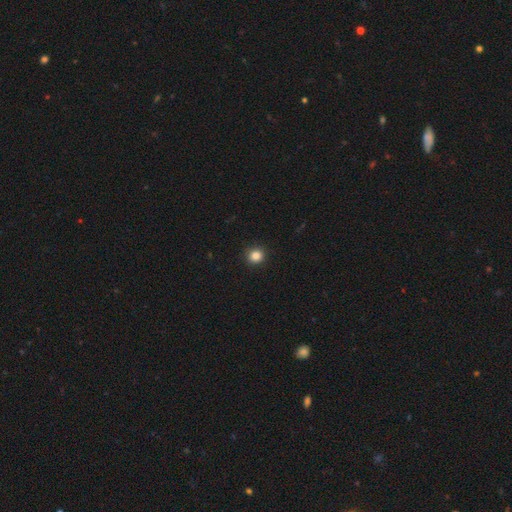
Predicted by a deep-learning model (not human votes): smooth 84%, star or artifact 11%, featured or disk 4%. Down the decision tree: how rounded — round (90%); merging — none (93%).